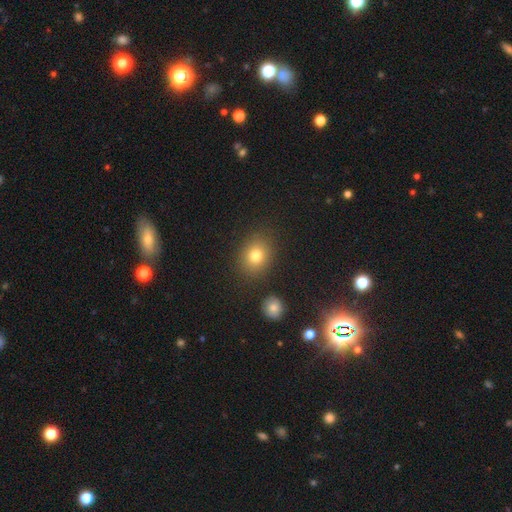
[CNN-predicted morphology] smooth-or-featured: smooth: 79% | star or artifact: 13% | featured or disk: 9%
  how-rounded: round: 59% | in between: 40% | cigar-shaped: 1%
  merging: none: 83% | minor disturbance: 10% | merger: 4% | major disturbance: 4%